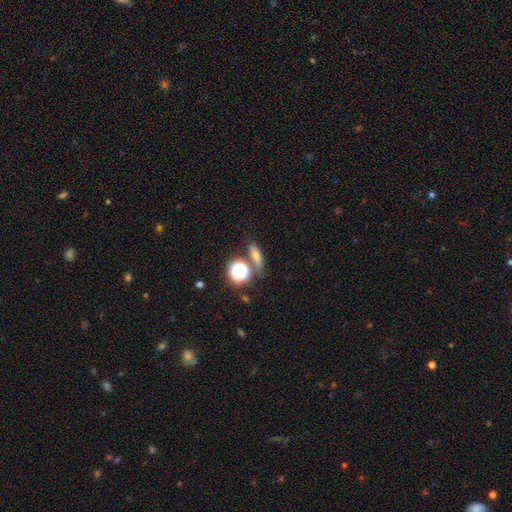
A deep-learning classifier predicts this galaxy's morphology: The model was most divided on "how rounded": cigar-shaped: 40%, in between: 35%, round: 25%. More confident: merging — none (74%); smooth or featured — smooth (59%).